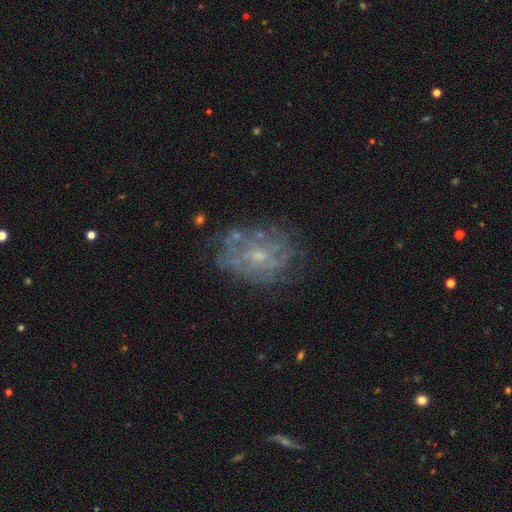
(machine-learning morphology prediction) smooth_or_featured: featured or disk (p=0.69) [alt: smooth p=0.18]
disk_edge_on: no (p=0.97) [alt: yes p=0.03]
bar: no (p=0.76) [alt: weak p=0.20]
has_spiral_arms: yes (p=0.59) [alt: no p=0.41]
bulge_size: small (p=0.69) [alt: moderate p=0.22]
merging: none (p=0.67) [alt: minor disturbance p=0.19]